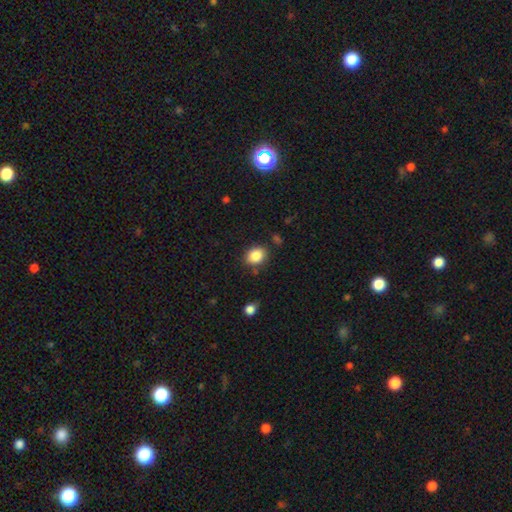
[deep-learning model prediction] Smooth or featured: smooth — 86% (star or artifact — 9%)
How rounded: in between — 52% (round — 47%)
Merging: none — 82% (minor disturbance — 12%)